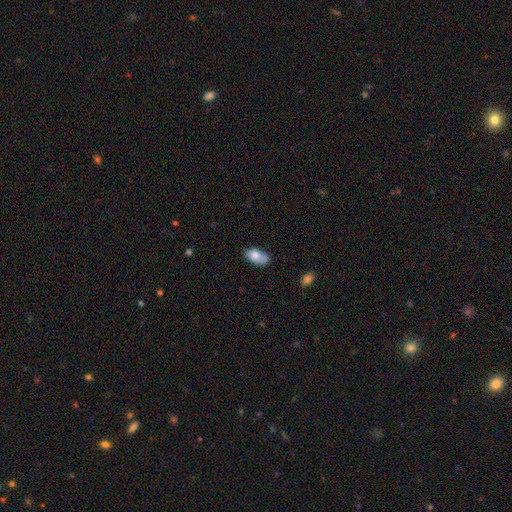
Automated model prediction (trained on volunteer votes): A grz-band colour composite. It shows a smooth galaxy with no disk features (77%) that is in between round and cigar-shaped (92%). Merging: none (53%).